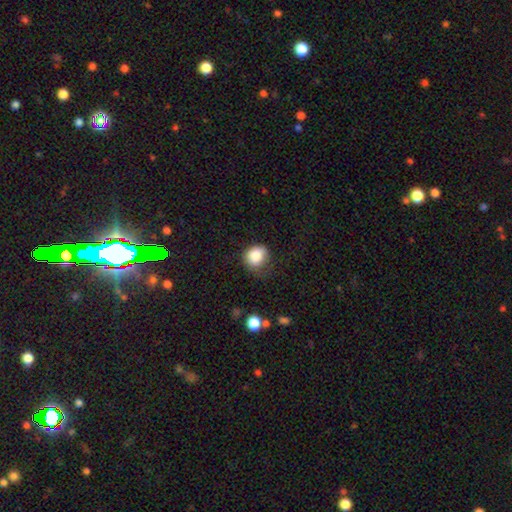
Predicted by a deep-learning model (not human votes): smooth 85%, star or artifact 9%, featured or disk 6%. Down the decision tree: how rounded — round (71%); merging — none (53%).